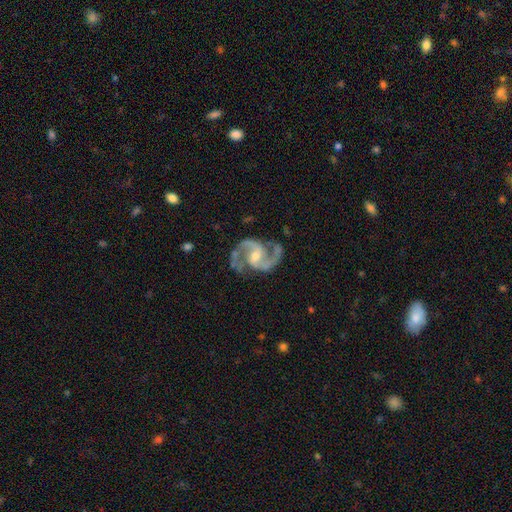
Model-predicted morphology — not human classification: Smooth or featured? featured or disk (94%)
Edge-on disk? no (98%)
Bar? weak (48%)
Spiral arms? yes (99%)
Spiral winding? medium (68%)
Spiral arm count? 2 (92%)
Bulge size? small (51%)
Merging? none (77%)